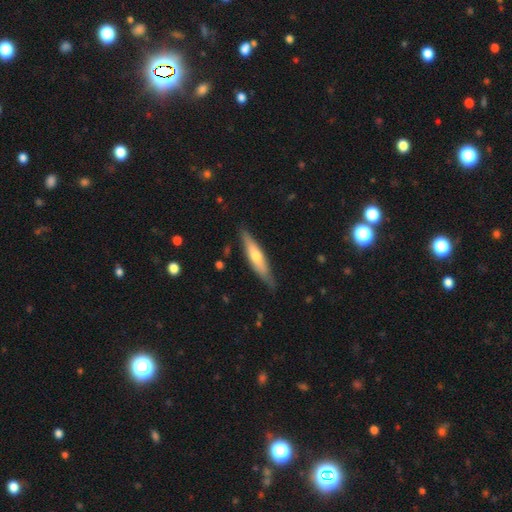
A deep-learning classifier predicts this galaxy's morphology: The model was most divided on "smooth or featured": smooth: 52%, featured or disk: 42%, star or artifact: 5%. More confident: how rounded — cigar-shaped (81%); merging — none (78%).